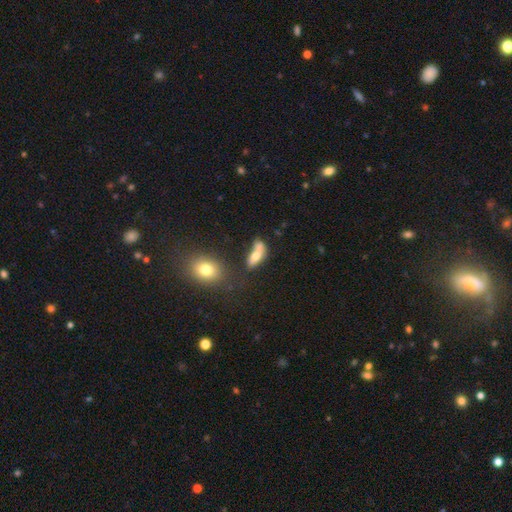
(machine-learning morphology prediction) type=smooth (67%); roundness=in between (78%); merging=merger (37%).